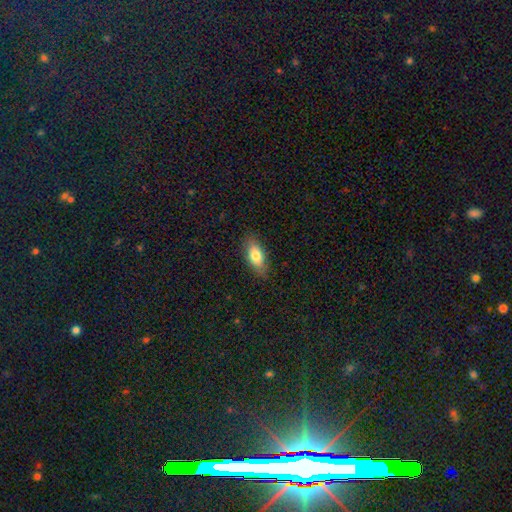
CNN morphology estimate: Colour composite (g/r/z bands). It shows a smooth galaxy with no disk features (78%) that is in between round and cigar-shaped (83%). Merging: none (85%).